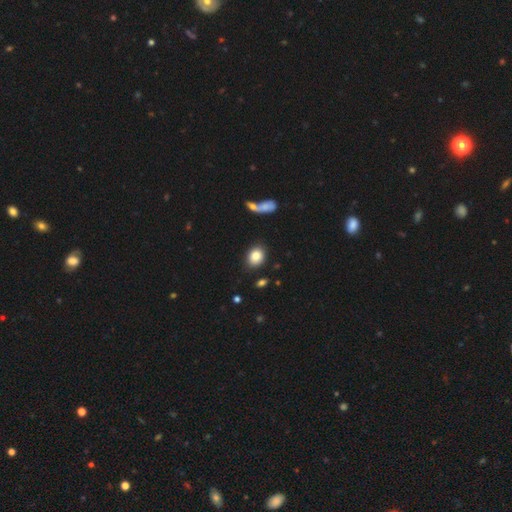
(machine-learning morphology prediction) Q: Smooth or featured?
A: smooth (83%); runner-up: star or artifact (9%)
Q: How rounded?
A: in between (52%); runner-up: round (47%)
Q: Merging?
A: none (84%); runner-up: minor disturbance (9%)